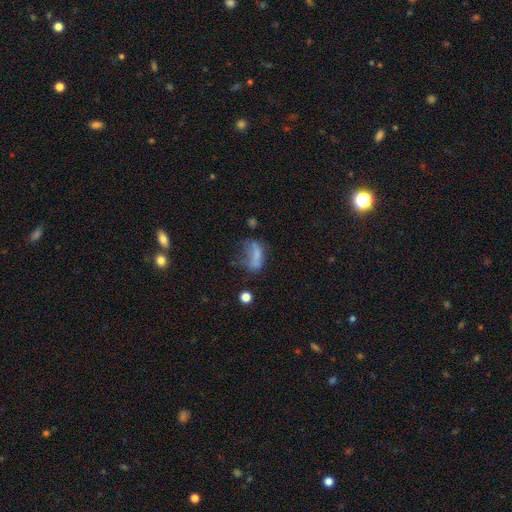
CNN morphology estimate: A smooth galaxy with no disk features (53%) that is in between round and cigar-shaped (75%). Merging: major disturbance (41%).